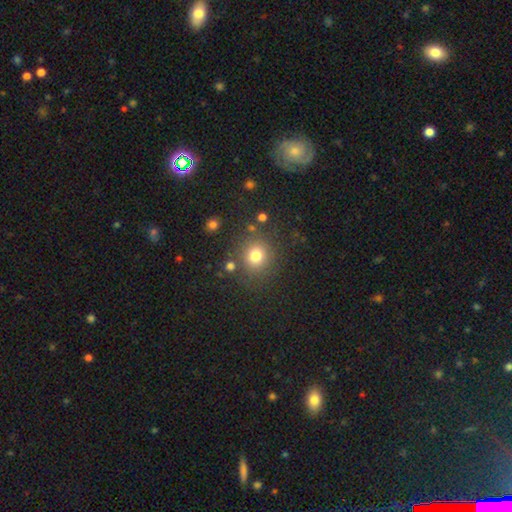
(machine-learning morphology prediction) Smooth or featured? Predicted: smooth (p=0.78). How rounded? Predicted: round (p=0.86). Merging? Predicted: none (p=0.81).